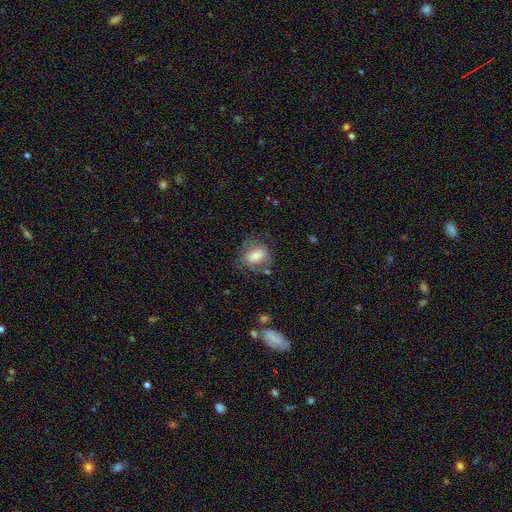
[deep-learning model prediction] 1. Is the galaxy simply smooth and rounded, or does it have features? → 53% smooth, 39% featured or disk, 9% star or artifact.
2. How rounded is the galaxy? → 66% in between, 32% round, 2% cigar-shaped.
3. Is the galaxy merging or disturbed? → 50% none, 24% minor disturbance, 23% major disturbance, 3% merger.